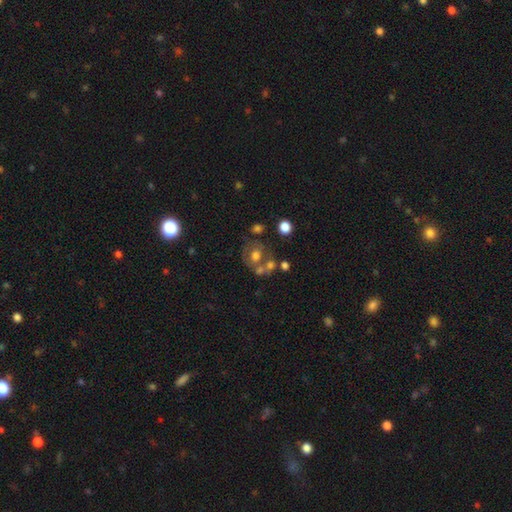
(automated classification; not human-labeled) This is possibly a smooth galaxy (53%). How rounded: likely round (65%). Merging: marginally none (42%).